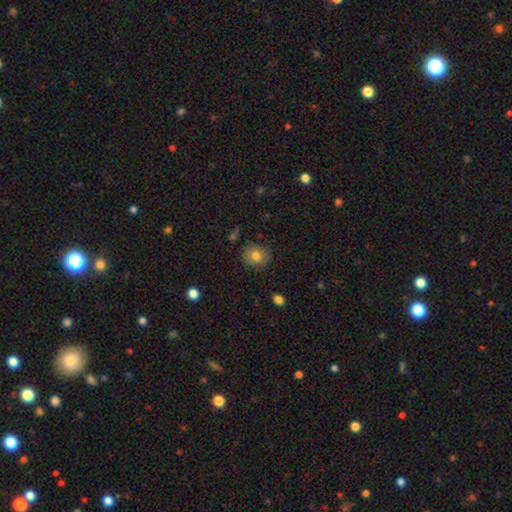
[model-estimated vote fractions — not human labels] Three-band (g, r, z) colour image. It shows a smooth galaxy with no disk features (77%) that is round (79%). Merging: none (86%).